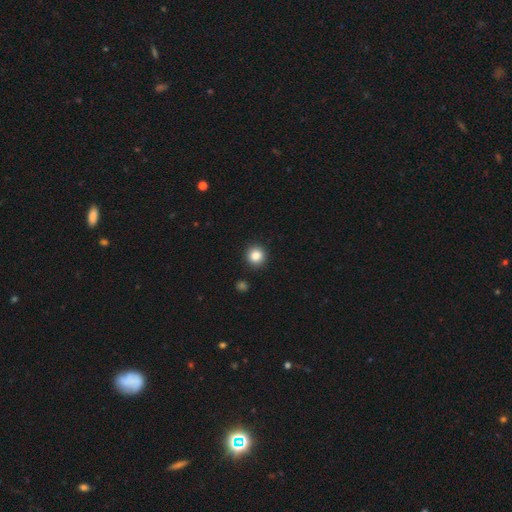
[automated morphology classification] Smooth or featured: smooth — 84% (star or artifact — 10%)
How rounded: round — 93% (in between — 6%)
Merging: none — 92% (minor disturbance — 5%)